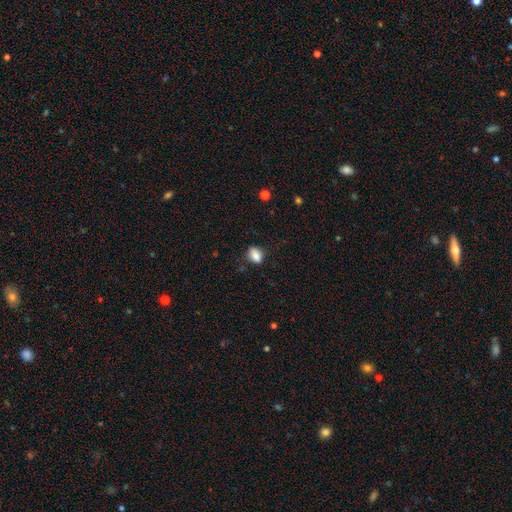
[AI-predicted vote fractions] smooth_or_featured: smooth (p=0.84) [alt: star or artifact p=0.09]
how_rounded: in between (p=0.72) [alt: round p=0.26]
merging: none (p=0.73) [alt: minor disturbance p=0.20]